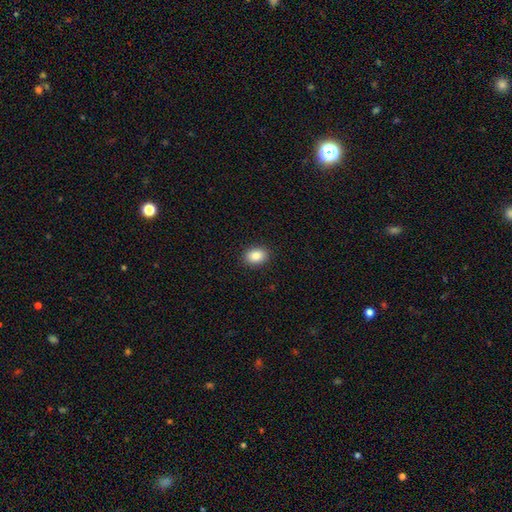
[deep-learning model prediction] Smooth or featured? Predicted: smooth (p=0.88). How rounded? Predicted: in between (p=0.73). Merging? Predicted: none (p=0.90).